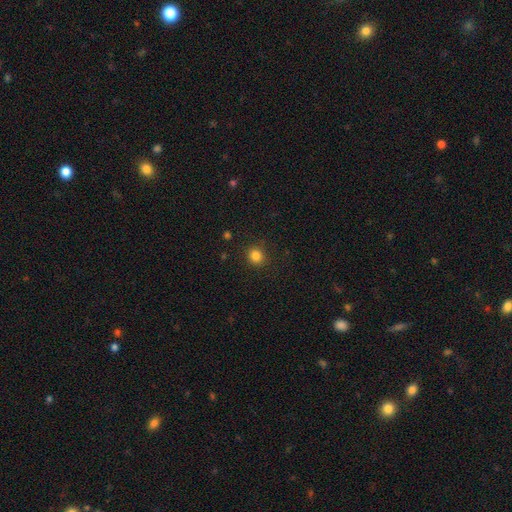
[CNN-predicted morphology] smooth_or_featured: smooth (p=0.84) [alt: star or artifact p=0.12]
how_rounded: round (p=0.88) [alt: in between p=0.11]
merging: none (p=0.89) [alt: minor disturbance p=0.07]